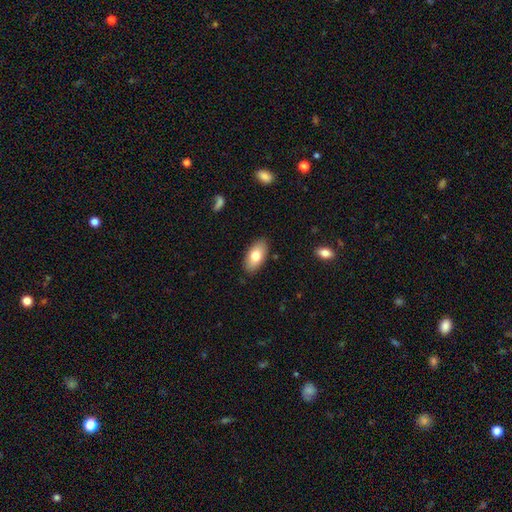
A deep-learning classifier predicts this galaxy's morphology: Smooth or featured: smooth — 78% (featured or disk — 16%)
How rounded: in between — 92% (cigar-shaped — 5%)
Merging: none — 87% (minor disturbance — 10%)